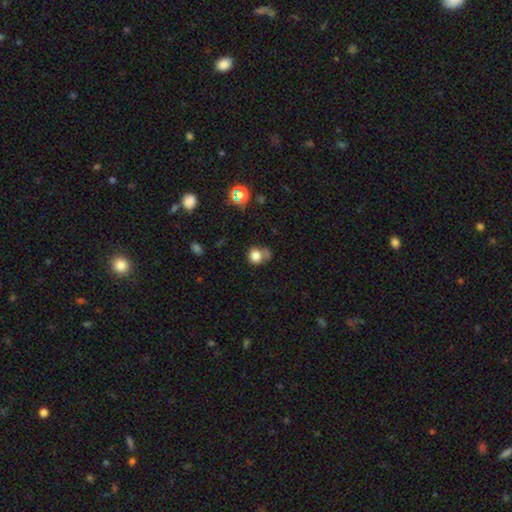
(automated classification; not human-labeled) This is likely a smooth galaxy (79%). How rounded: clearly round (80%). Merging: possibly none (49%).